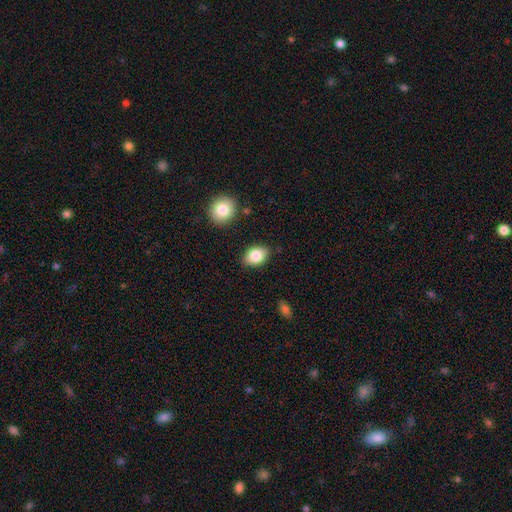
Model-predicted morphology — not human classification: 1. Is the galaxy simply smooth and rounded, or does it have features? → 84% smooth, 9% featured or disk, 7% star or artifact.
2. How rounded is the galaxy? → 84% in between, 15% round, 1% cigar-shaped.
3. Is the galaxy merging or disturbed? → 83% none, 12% minor disturbance, 3% major disturbance, 2% merger.